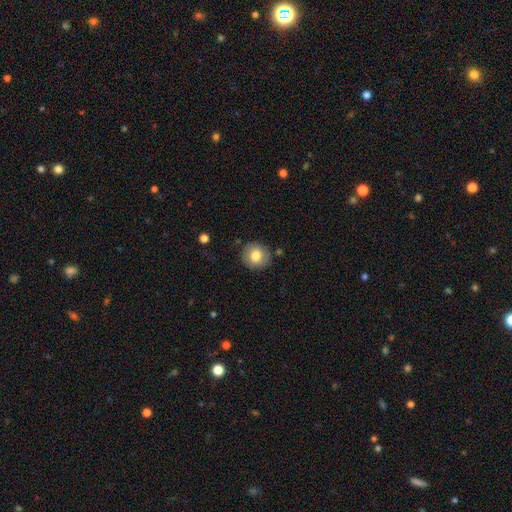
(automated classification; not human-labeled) smooth-or-featured: smooth: 77% | featured or disk: 14% | star or artifact: 8%
  how-rounded: round: 87% | in between: 12% | cigar-shaped: 1%
  merging: none: 84% | minor disturbance: 11% | major disturbance: 3% | merger: 2%